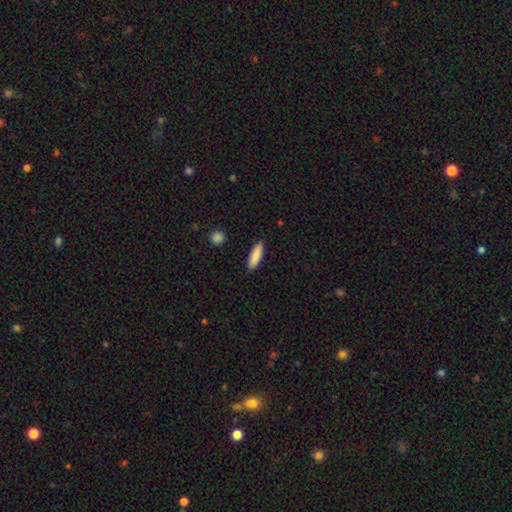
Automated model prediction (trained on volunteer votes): The model was most divided on "how rounded": cigar-shaped: 52%, in between: 47%, round: 2%. More confident: merging — none (88%); smooth or featured — smooth (86%).